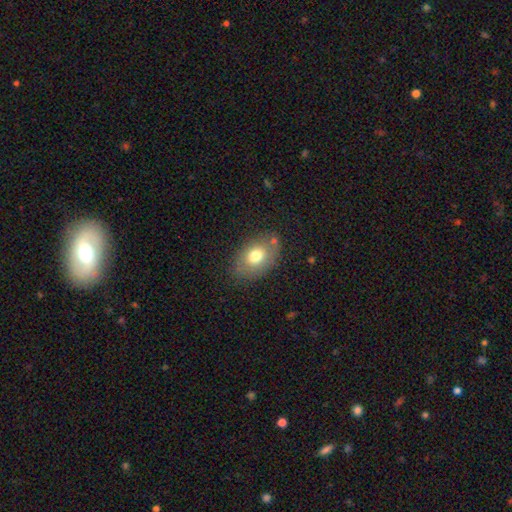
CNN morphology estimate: A smooth galaxy with no disk features (72%) that is in between round and cigar-shaped (82%).

Vote fractions:
- Smooth or featured? smooth: 72% / featured or disk: 19% / star or artifact: 9%
- How rounded? in between: 82% / round: 17% / cigar-shaped: 1%
- Merging? none: 74% / minor disturbance: 17% / major disturbance: 5% / merger: 4%